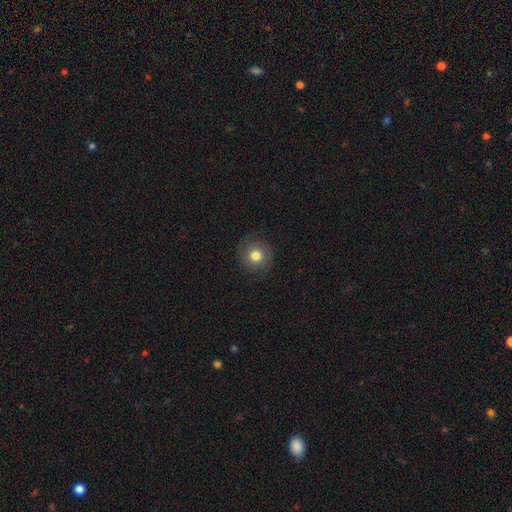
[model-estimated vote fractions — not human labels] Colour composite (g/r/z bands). It shows a smooth galaxy with no disk features (77%) that is round (92%). Merging: none (86%).